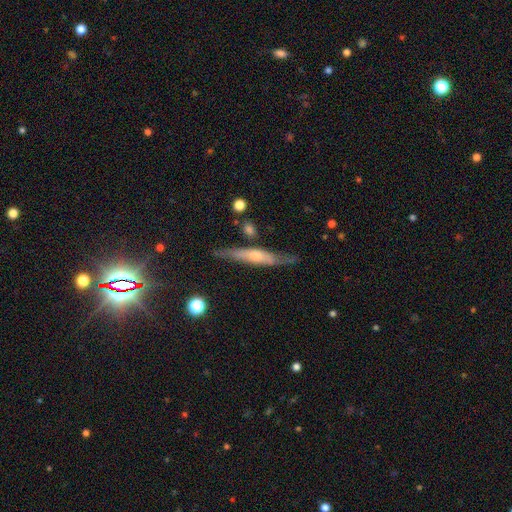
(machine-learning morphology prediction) smooth_or_featured: featured or disk (p=0.63) [alt: smooth p=0.30]
disk_edge_on: yes (p=0.84) [alt: no p=0.16]
edge_on_bulge: rounded (p=0.67) [alt: none p=0.22]
merging: none (p=0.72) [alt: minor disturbance p=0.19]